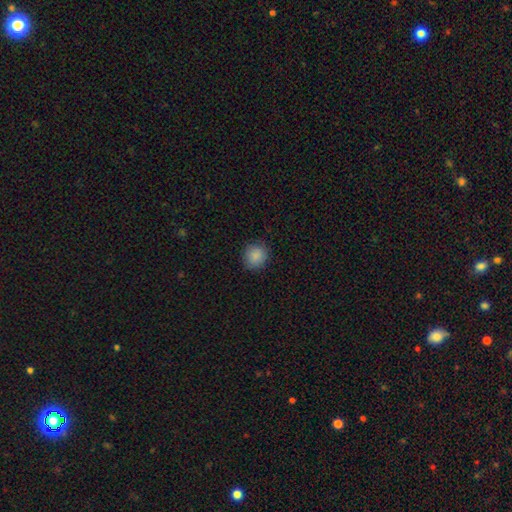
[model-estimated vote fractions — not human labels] smooth-or-featured: smooth: 87% | star or artifact: 9% | featured or disk: 4%
  how-rounded: round: 86% | in between: 13% | cigar-shaped: 1%
  merging: none: 88% | minor disturbance: 9% | major disturbance: 2% | merger: 1%